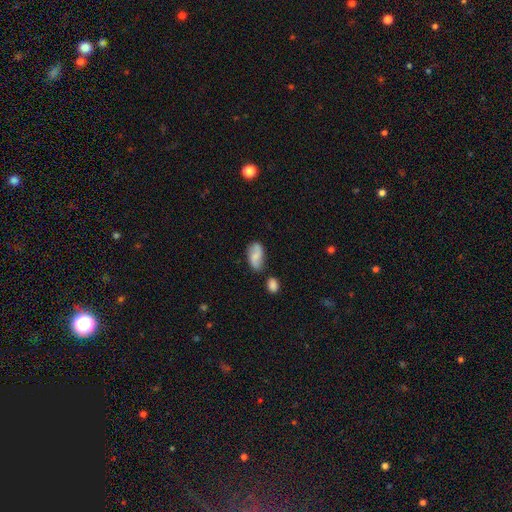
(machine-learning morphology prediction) Q: Smooth or featured?
A: smooth (53%); runner-up: featured or disk (39%)
Q: How rounded?
A: in between (91%); runner-up: round (5%)
Q: Merging?
A: none (64%); runner-up: minor disturbance (21%)